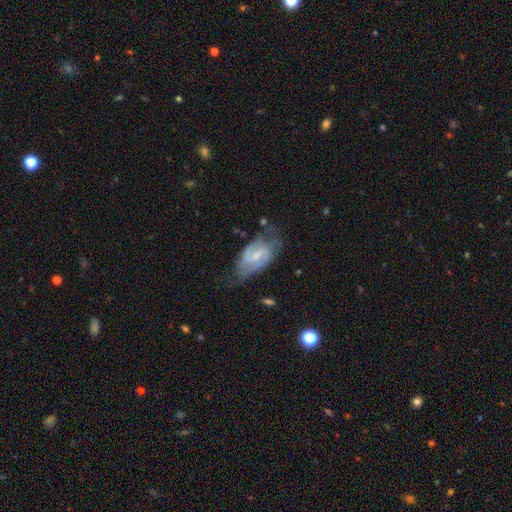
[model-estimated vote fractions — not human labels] Overall: featured or disk (80%). Edge-on disk: no (96%). Bar: weak (58%; no 26%). Spiral arms: yes (94%). Spiral arm count: 2 (84%). Spiral winding: medium (51%; tight 30%). Bulge size: small (56%; moderate 32%). Merging: none (59%; minor disturbance 27%).